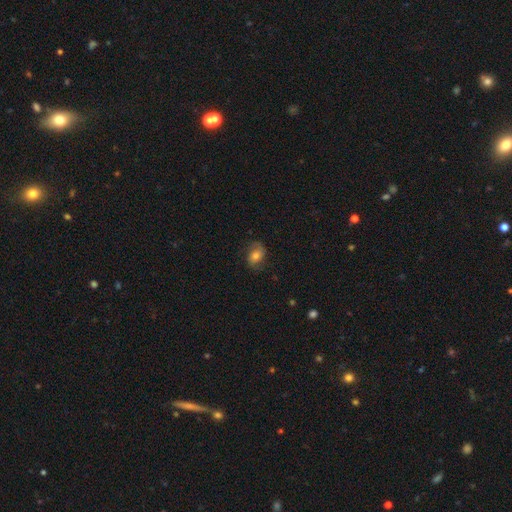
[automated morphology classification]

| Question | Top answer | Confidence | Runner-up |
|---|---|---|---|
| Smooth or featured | smooth | 51% | featured or disk (40%) |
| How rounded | in between | 71% | round (27%) |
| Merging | none | 70% | minor disturbance (20%) |